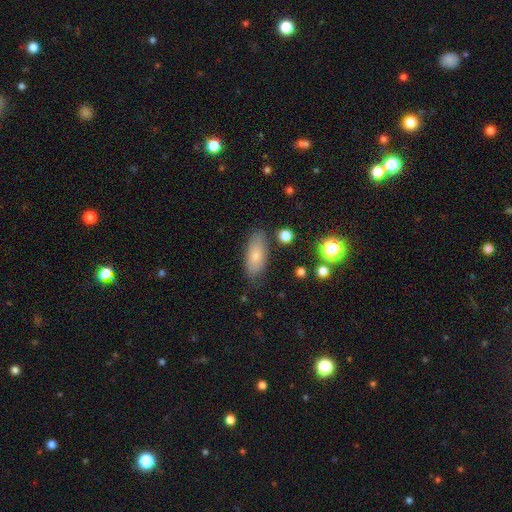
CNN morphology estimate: Q: Smooth or featured?
A: smooth (76%); runner-up: featured or disk (16%)
Q: How rounded?
A: in between (81%); runner-up: cigar-shaped (15%)
Q: Merging?
A: none (78%); runner-up: minor disturbance (16%)